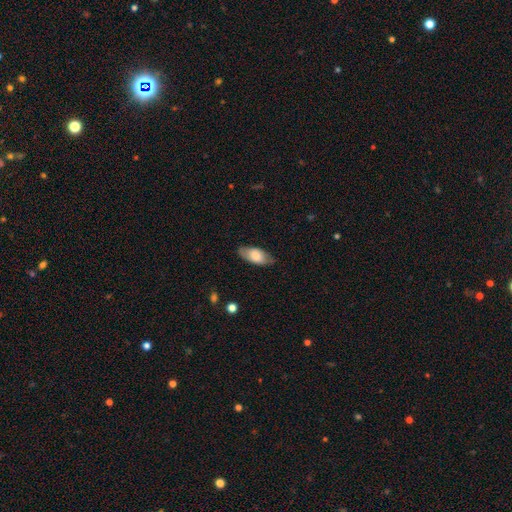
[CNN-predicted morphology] A smooth galaxy with no disk features (73%) that is in between round and cigar-shaped (89%).

Vote fractions:
- Smooth or featured? smooth: 73% / featured or disk: 21% / star or artifact: 6%
- How rounded? in between: 89% / cigar-shaped: 8% / round: 3%
- Merging? none: 78% / minor disturbance: 17% / major disturbance: 4% / merger: 1%